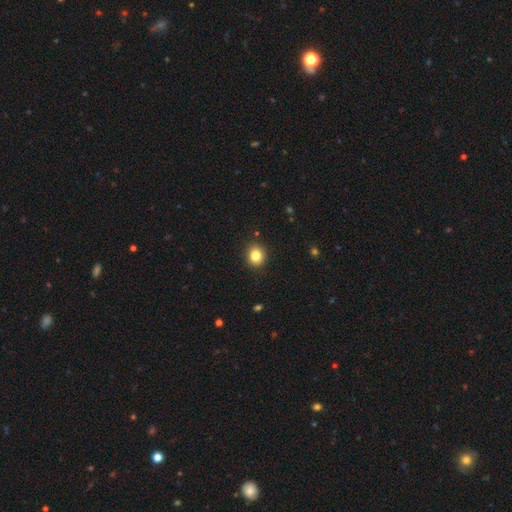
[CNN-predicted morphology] Smooth or featured?
  - smooth: 83% *
  - star or artifact: 11%
  - featured or disk: 6%
How rounded?
  - round: 79% *
  - in between: 20%
  - cigar-shaped: 1%
Merging?
  - none: 90% *
  - minor disturbance: 7%
  - major disturbance: 2%
  - merger: 1%